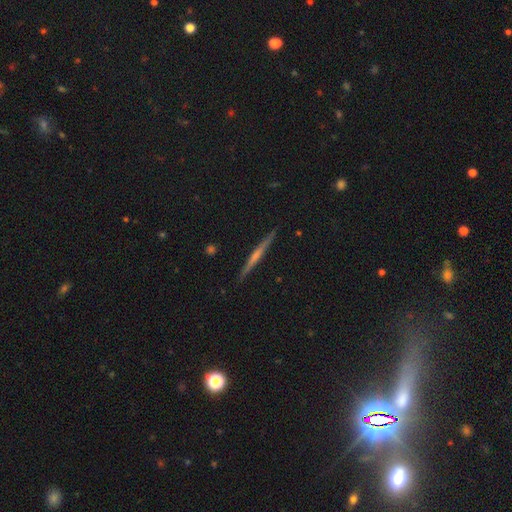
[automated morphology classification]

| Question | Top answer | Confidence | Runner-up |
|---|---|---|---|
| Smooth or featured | featured or disk | 66% | smooth (28%) |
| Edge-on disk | yes | 98% | no (2%) |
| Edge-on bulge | none | 53% | rounded (38%) |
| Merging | none | 92% | minor disturbance (6%) |